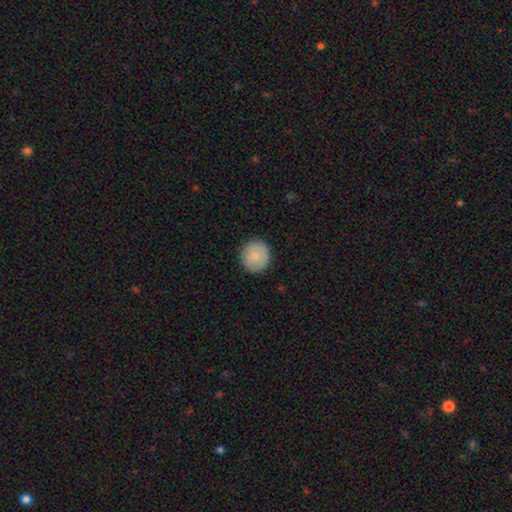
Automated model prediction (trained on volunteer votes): Morphology: type=smooth (85%); roundness=round (93%); merging=none (90%).